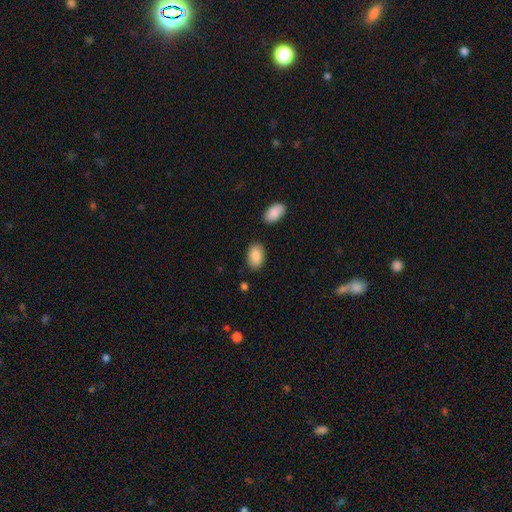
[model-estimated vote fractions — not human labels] Morphology: type=smooth (88%); roundness=in between (92%); merging=none (82%).